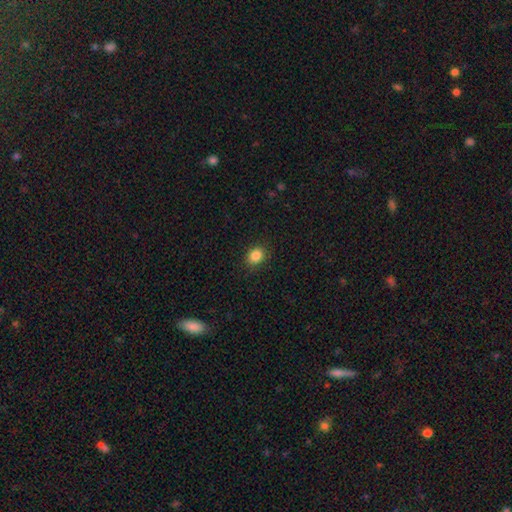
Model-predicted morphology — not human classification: A smooth galaxy with no disk features (85%) that is round (56%).

Vote fractions:
- Smooth or featured? smooth: 85% / star or artifact: 10% / featured or disk: 4%
- How rounded? round: 56% / in between: 43% / cigar-shaped: 1%
- Merging? none: 88% / minor disturbance: 9% / major disturbance: 2% / merger: 1%